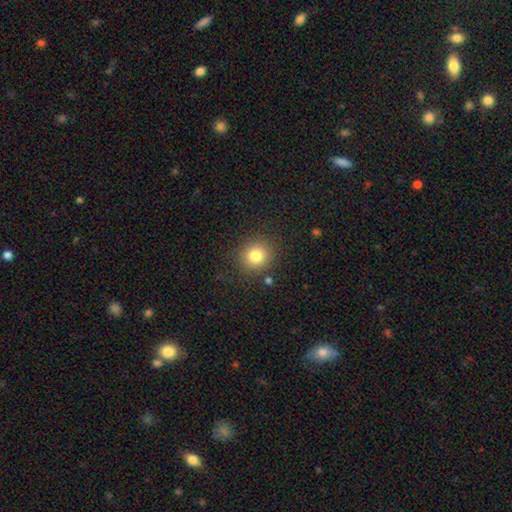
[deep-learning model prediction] smooth_or_featured: smooth (p=0.80) [alt: star or artifact p=0.12]
how_rounded: round (p=0.87) [alt: in between p=0.12]
merging: none (p=0.86) [alt: minor disturbance p=0.08]